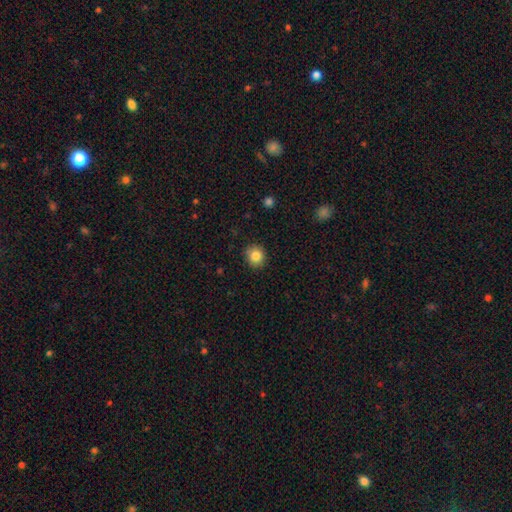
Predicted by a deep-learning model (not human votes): A smooth galaxy with no disk features (84%) that is round (85%).

Vote fractions:
- Smooth or featured? smooth: 84% / star or artifact: 10% / featured or disk: 6%
- How rounded? round: 85% / in between: 14% / cigar-shaped: 1%
- Merging? none: 89% / minor disturbance: 8% / major disturbance: 2% / merger: 1%